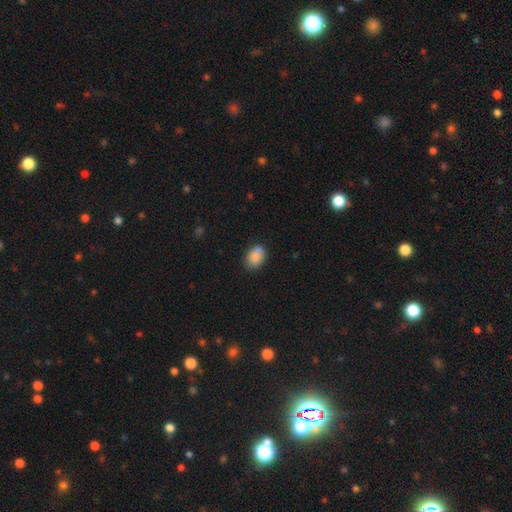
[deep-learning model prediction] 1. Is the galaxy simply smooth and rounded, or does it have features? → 85% smooth, 8% star or artifact, 7% featured or disk.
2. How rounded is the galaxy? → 77% in between, 22% round, 1% cigar-shaped.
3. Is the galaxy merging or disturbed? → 70% none, 22% minor disturbance, 5% merger, 4% major disturbance.